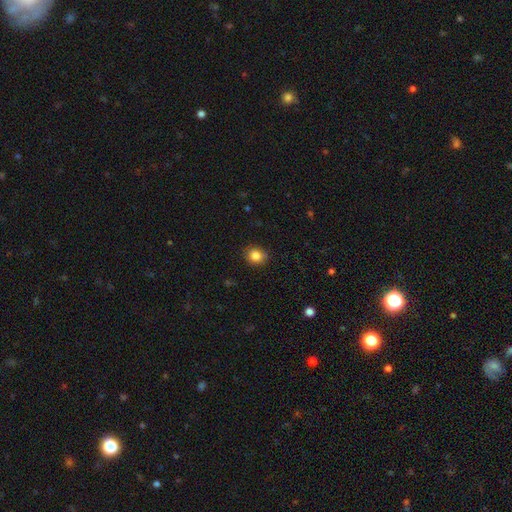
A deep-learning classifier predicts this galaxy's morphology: Overall: smooth (84%). How rounded: round (77%). Merging: none (86%).